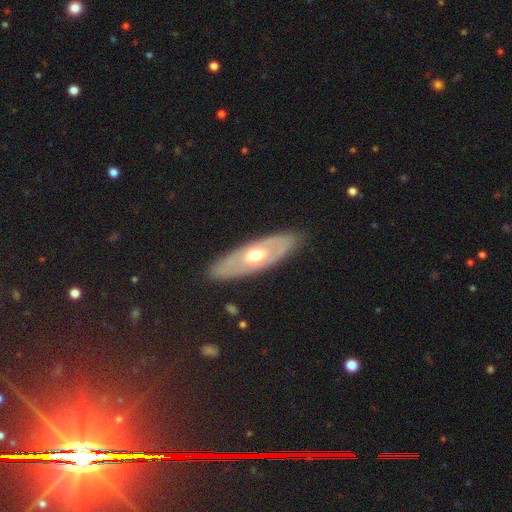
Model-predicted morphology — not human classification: The model was most divided on "smooth or featured": featured or disk: 60%, smooth: 35%, star or artifact: 5%. More confident: merging — none (85%); edge-on disk — no (75%).